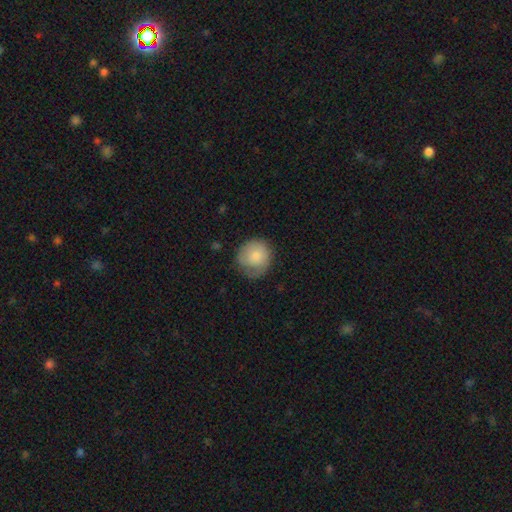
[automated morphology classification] Smooth or featured: smooth — 76% (featured or disk — 18%)
How rounded: round — 86% (in between — 13%)
Merging: none — 60% (minor disturbance — 28%)